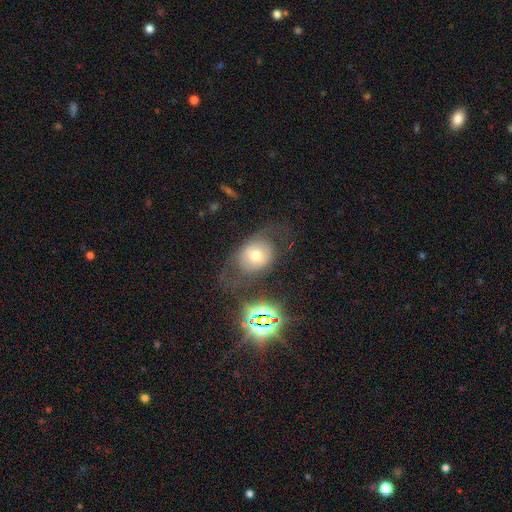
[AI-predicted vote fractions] The model was most divided on "smooth or featured": smooth: 47%, featured or disk: 40%, star or artifact: 13%. More confident: merging — none (54%).